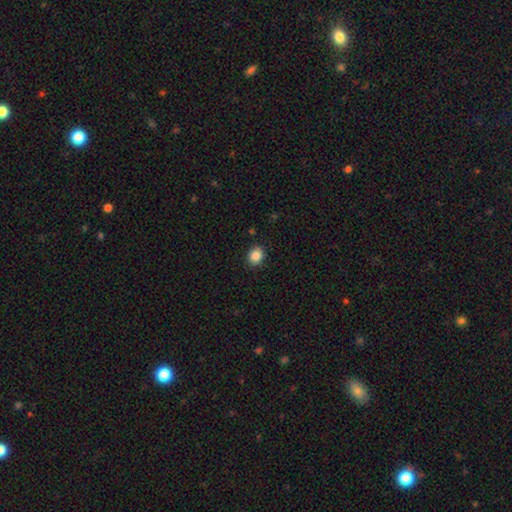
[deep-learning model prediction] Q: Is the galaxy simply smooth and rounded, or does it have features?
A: smooth — 87%.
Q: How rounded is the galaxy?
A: round — 69%.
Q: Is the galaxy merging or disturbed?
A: none — 88%.